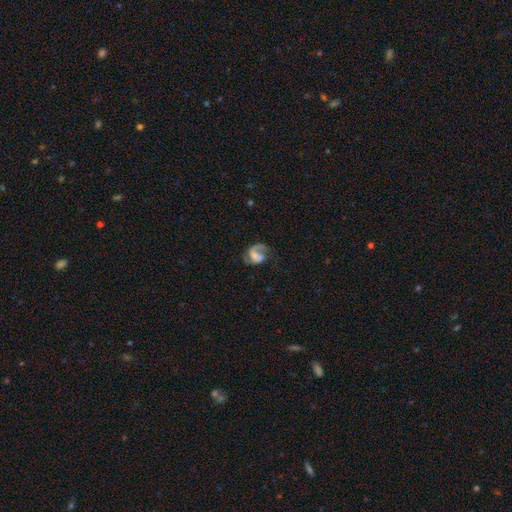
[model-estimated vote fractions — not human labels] Morphology: type=featured or disk (78%); edge-on=no (98%); bar=no (47%); spiral arms=yes (91%); winding=medium (45%); arm count=2 (58%); bulge=moderate (41%); merging=none (46%).